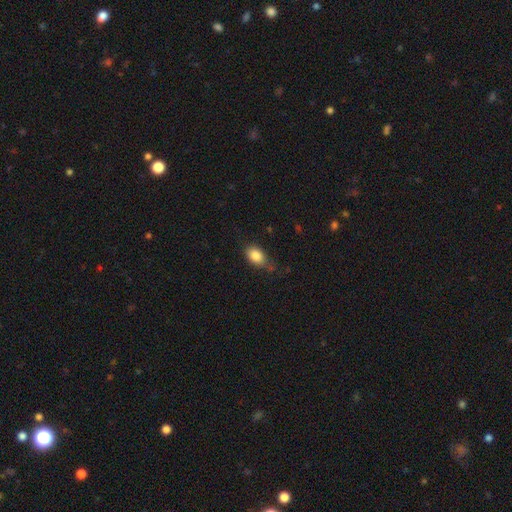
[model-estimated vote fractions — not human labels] This appears to be a smooth galaxy with no disk features (84%) that is in between round and cigar-shaped (82%). Merging: none (65%).